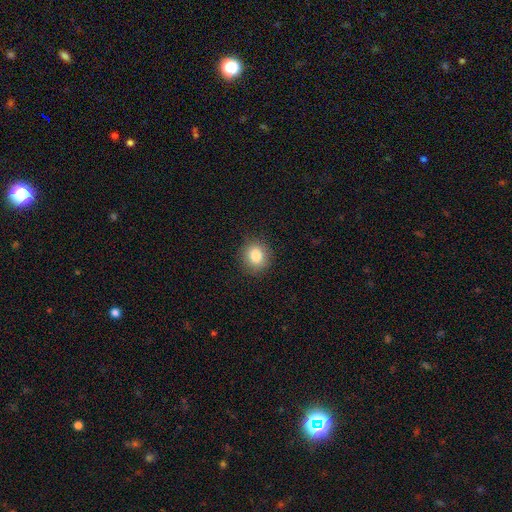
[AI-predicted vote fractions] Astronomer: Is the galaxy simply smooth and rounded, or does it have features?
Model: smooth — 83%.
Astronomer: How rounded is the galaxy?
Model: round — 83%.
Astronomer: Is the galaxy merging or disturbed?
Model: none — 89%.